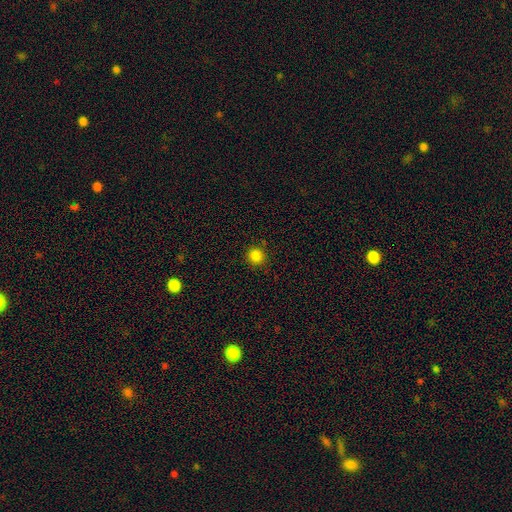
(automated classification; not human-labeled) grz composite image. It shows a smooth galaxy with no disk features (84%) that is round (91%). Merging: none (89%).